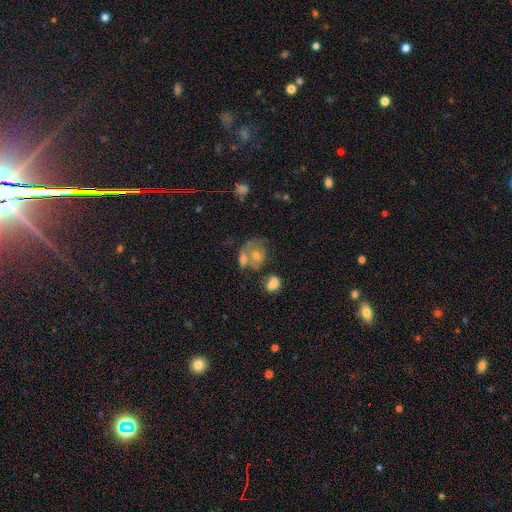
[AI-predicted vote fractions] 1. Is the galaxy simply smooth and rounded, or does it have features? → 42% featured or disk, 41% smooth, 17% star or artifact.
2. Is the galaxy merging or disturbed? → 39% merger, 33% none, 15% minor disturbance, 13% major disturbance.